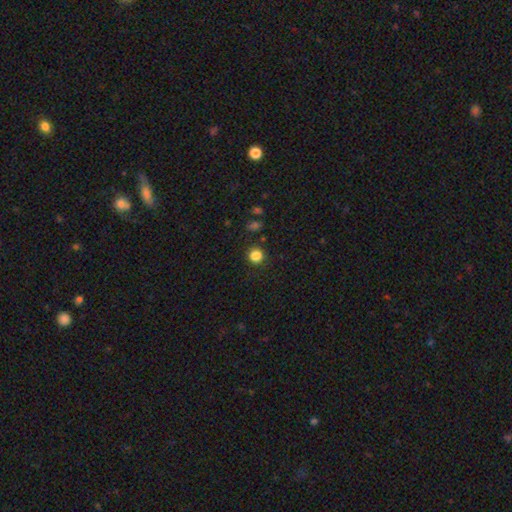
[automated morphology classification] This is clearly a smooth galaxy (85%). How rounded: clearly round (90%). Merging: clearly none (88%).